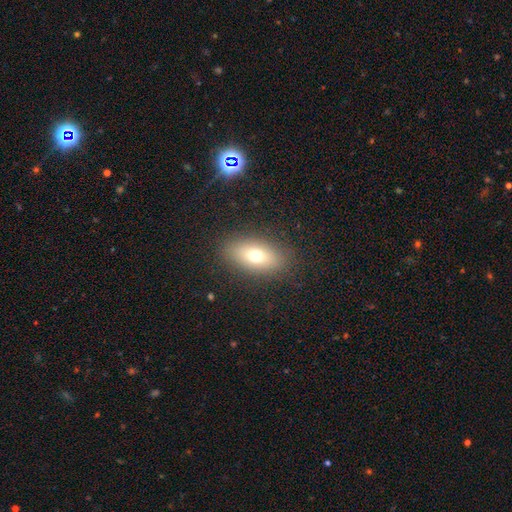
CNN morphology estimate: Smooth or featured: smooth — 70% (featured or disk — 18%)
How rounded: in between — 83% (round — 11%)
Merging: none — 85% (minor disturbance — 10%)